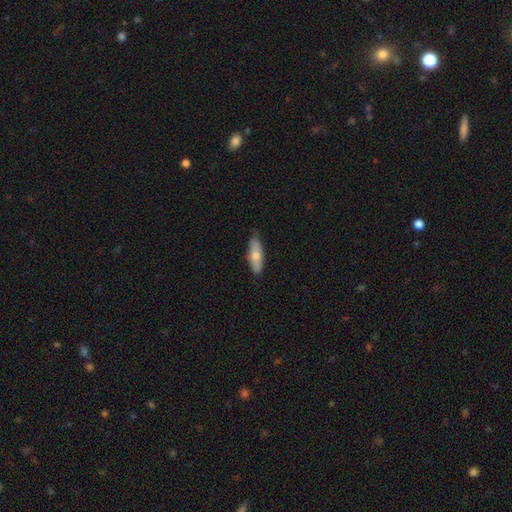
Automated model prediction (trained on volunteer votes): smooth 68%, featured or disk 26%, star or artifact 6%. Down the decision tree: how rounded — in between (53%); merging — none (80%).